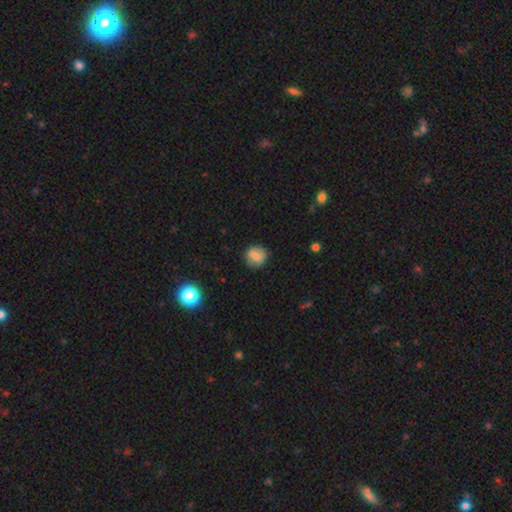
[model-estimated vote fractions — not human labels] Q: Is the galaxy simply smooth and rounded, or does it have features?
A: smooth — 73%.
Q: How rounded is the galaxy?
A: round — 84%.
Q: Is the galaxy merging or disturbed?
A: none — 84%.